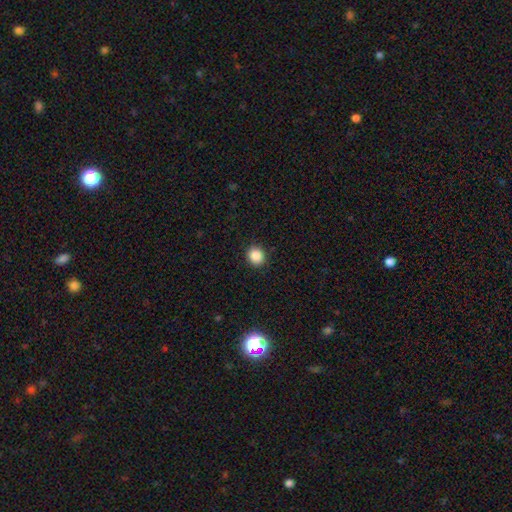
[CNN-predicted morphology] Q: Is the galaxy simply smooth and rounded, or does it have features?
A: smooth — 88%.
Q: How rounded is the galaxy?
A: round — 84%.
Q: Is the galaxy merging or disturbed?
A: none — 90%.